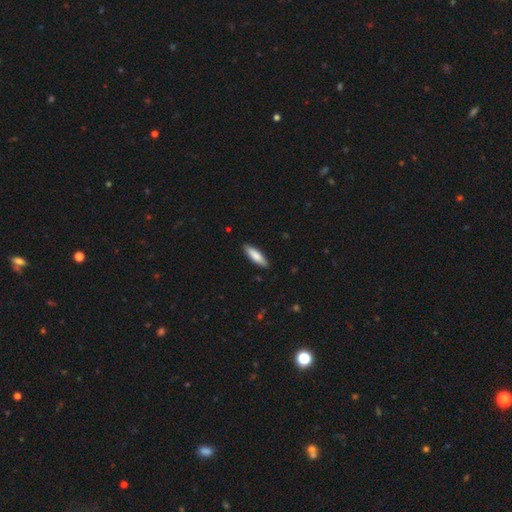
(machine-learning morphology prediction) Q: Smooth or featured?
A: smooth (83%); runner-up: featured or disk (12%)
Q: How rounded?
A: cigar-shaped (58%); runner-up: in between (41%)
Q: Merging?
A: none (89%); runner-up: minor disturbance (8%)